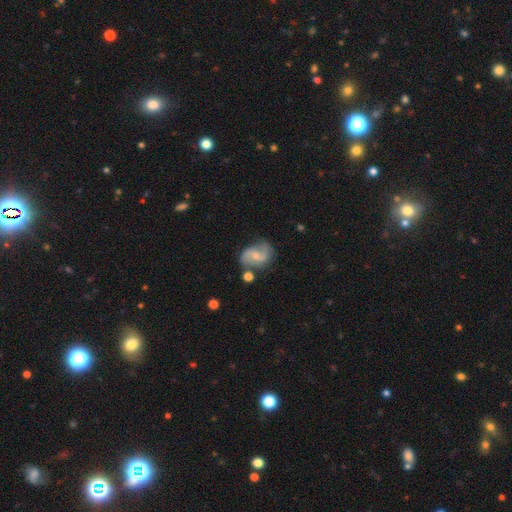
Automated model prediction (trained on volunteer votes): featured or disk 69%, smooth 24%, star or artifact 7%. Down the decision tree: edge-on disk — no (97%); bar — weak (44%); spiral arms — yes (89%); spiral arm count — 2 (87%); spiral winding — loose (47%); bulge size — small (61%); merging — none (62%).